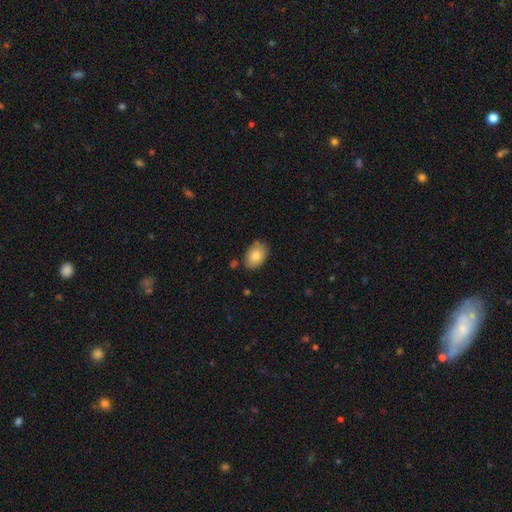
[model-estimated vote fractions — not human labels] Overall: smooth (82%). How rounded: in between (85%). Merging: none (78%).